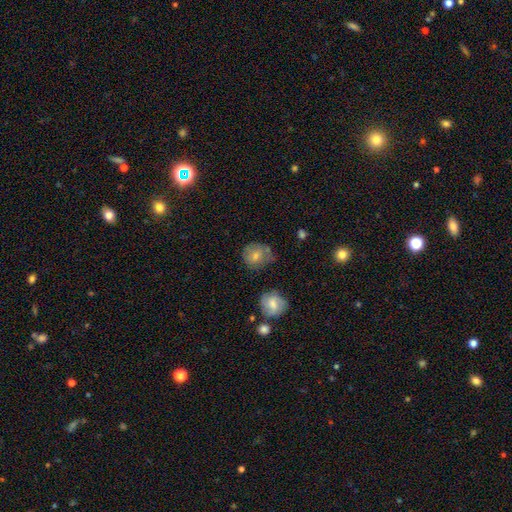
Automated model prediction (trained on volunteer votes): A smooth galaxy with no disk features (53%) that is round (75%).

Vote fractions:
- Smooth or featured? smooth: 53% / featured or disk: 31% / star or artifact: 16%
- How rounded? round: 75% / in between: 24% / cigar-shaped: 1%
- Merging? none: 63% / minor disturbance: 24% / major disturbance: 9% / merger: 4%